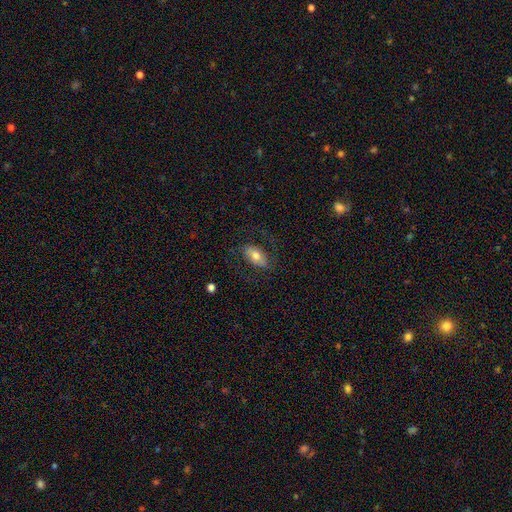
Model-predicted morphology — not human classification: This is likely a smooth galaxy (65%). How rounded: clearly in between (92%). Merging: likely none (73%).